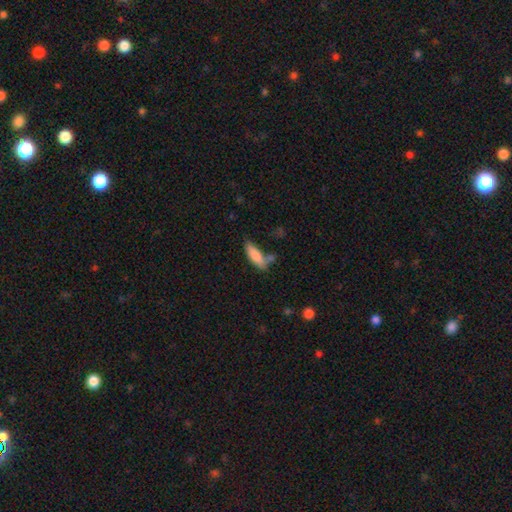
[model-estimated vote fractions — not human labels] smooth 82%, featured or disk 11%, star or artifact 7%. Down the decision tree: how rounded — in between (52%); merging — none (58%).